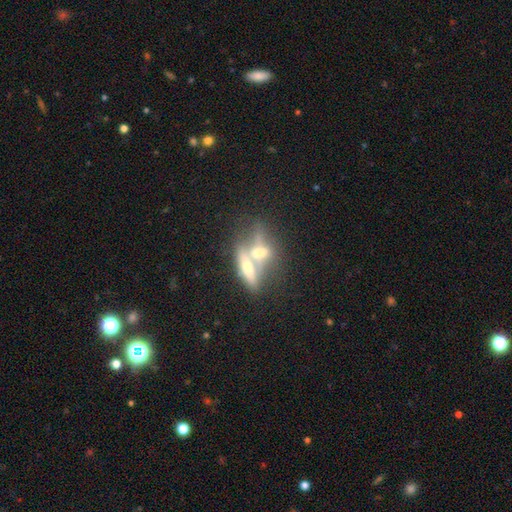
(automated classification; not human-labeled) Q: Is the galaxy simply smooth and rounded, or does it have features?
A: featured or disk — 54%.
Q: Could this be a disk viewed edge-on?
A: yes — 62%.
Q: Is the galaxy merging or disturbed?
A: merger — 64%.